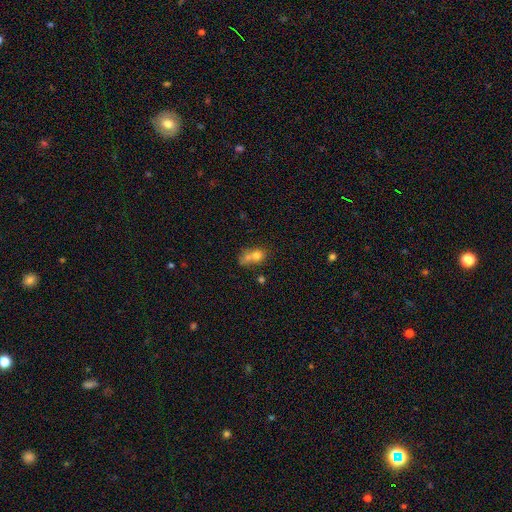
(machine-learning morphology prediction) Smooth or featured?
  - smooth: 68% *
  - featured or disk: 19%
  - star or artifact: 13%
How rounded?
  - round: 58% *
  - in between: 41%
  - cigar-shaped: 2%
Merging?
  - merger: 55% *
  - none: 27%
  - minor disturbance: 10%
  - major disturbance: 7%